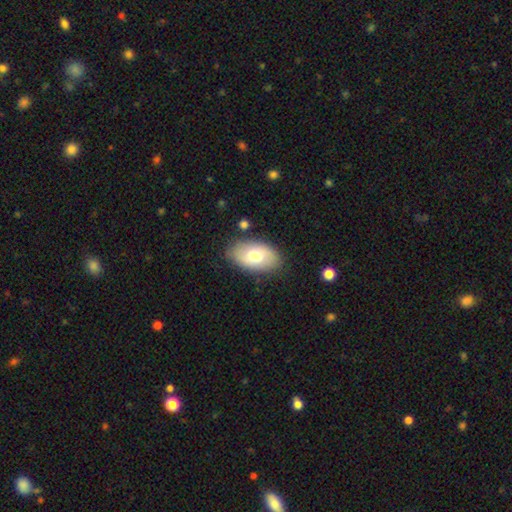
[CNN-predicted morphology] smooth 70%, featured or disk 24%, star or artifact 6%. Down the decision tree: how rounded — in between (94%); merging — none (81%).